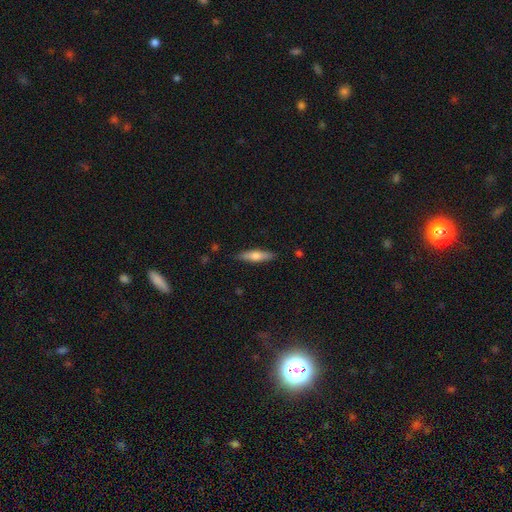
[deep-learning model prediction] smooth-or-featured: smooth: 62% | featured or disk: 32% | star or artifact: 6%
  how-rounded: cigar-shaped: 72% | in between: 26% | round: 2%
  merging: none: 87% | minor disturbance: 10% | major disturbance: 2% | merger: 1%